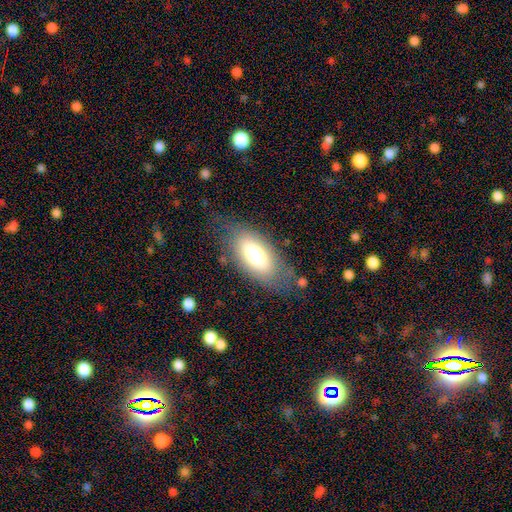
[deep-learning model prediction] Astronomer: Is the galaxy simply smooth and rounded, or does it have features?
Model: smooth — 72%.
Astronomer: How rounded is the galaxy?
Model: in between — 88%.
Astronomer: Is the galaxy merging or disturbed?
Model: none — 72%.